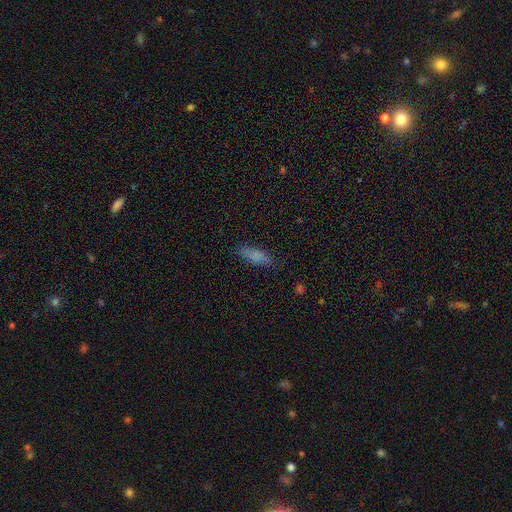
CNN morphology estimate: Q: Smooth or featured?
A: smooth (77%); runner-up: featured or disk (13%)
Q: How rounded?
A: in between (57%); runner-up: cigar-shaped (41%)
Q: Merging?
A: none (77%); runner-up: minor disturbance (17%)